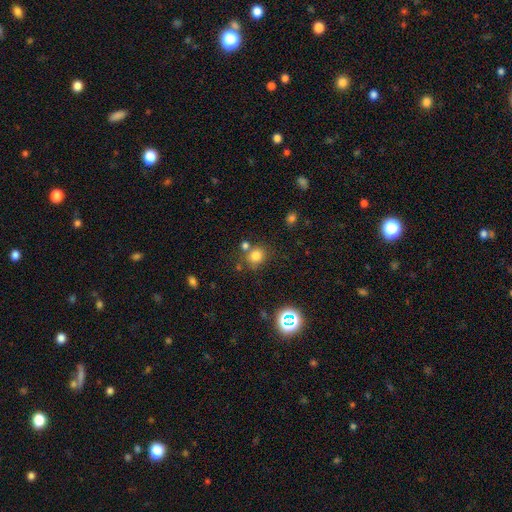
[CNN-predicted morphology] Smooth or featured?
  - smooth: 77% *
  - star or artifact: 16%
  - featured or disk: 7%
How rounded?
  - round: 78% *
  - in between: 21%
  - cigar-shaped: 1%
Merging?
  - none: 67% *
  - merger: 17%
  - minor disturbance: 12%
  - major disturbance: 4%